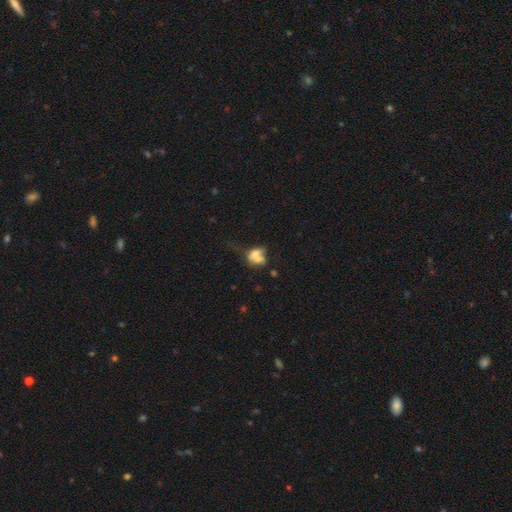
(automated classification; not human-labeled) Overall: smooth (54%; featured or disk 32%). How rounded: in between (64%; round 32%). Merging: merger (44%; none 22%).